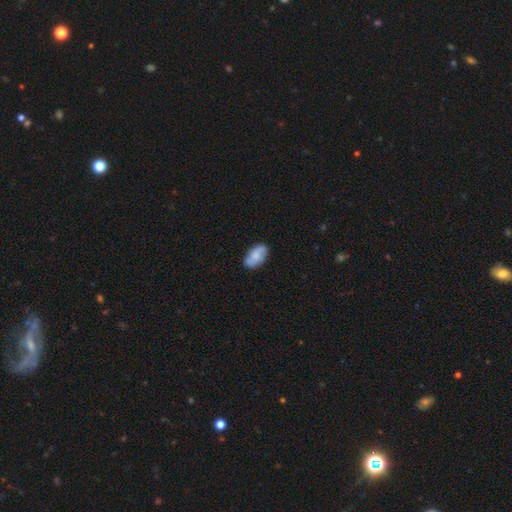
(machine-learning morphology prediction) A smooth galaxy with no disk features (62%) that is in between round and cigar-shaped (93%).

Vote fractions:
- Smooth or featured? smooth: 62% / featured or disk: 31% / star or artifact: 7%
- How rounded? in between: 93% / round: 4% / cigar-shaped: 3%
- Merging? none: 80% / minor disturbance: 16% / major disturbance: 3% / merger: 1%